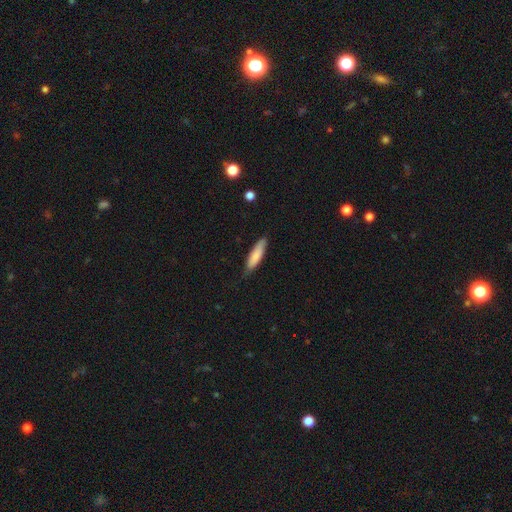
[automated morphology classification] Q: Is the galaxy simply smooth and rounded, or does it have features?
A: smooth — 80%.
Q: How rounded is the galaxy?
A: cigar-shaped — 68%.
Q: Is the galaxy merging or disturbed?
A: none — 76%.